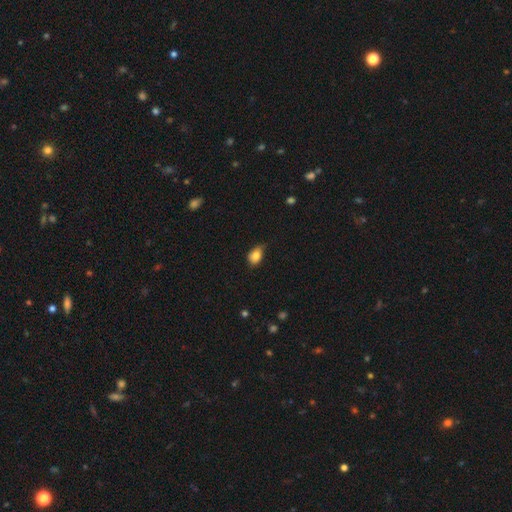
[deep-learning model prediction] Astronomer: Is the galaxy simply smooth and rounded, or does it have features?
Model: smooth — 82%.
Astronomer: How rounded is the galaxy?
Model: in between — 75%.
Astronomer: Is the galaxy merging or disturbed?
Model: none — 49% (runner-up: minor disturbance, 40%).